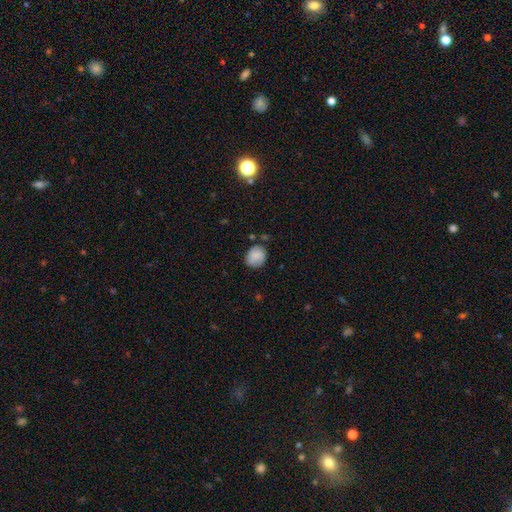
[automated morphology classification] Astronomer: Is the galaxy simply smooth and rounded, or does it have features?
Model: smooth — 82%.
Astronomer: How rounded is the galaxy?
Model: round — 68%.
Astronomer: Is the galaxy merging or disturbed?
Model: none — 68%.